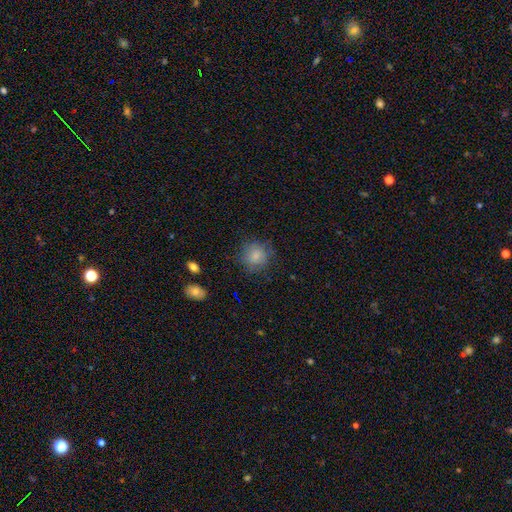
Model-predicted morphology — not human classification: Overall: smooth (81%). How rounded: round (88%). Merging: none (76%).